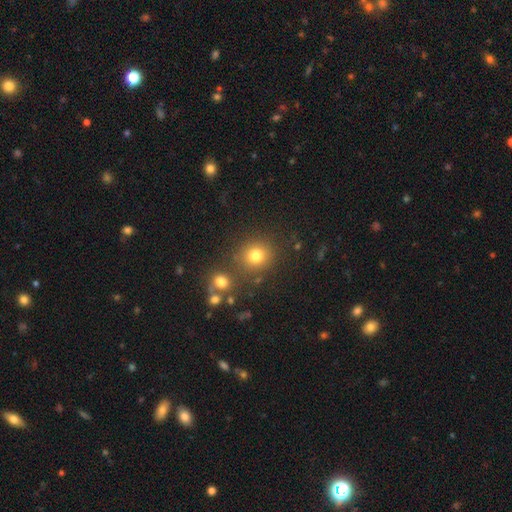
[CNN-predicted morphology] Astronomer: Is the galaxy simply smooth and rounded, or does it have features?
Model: smooth — 77%.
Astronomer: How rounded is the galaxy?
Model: round — 86%.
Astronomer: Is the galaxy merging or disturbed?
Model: none — 78%.